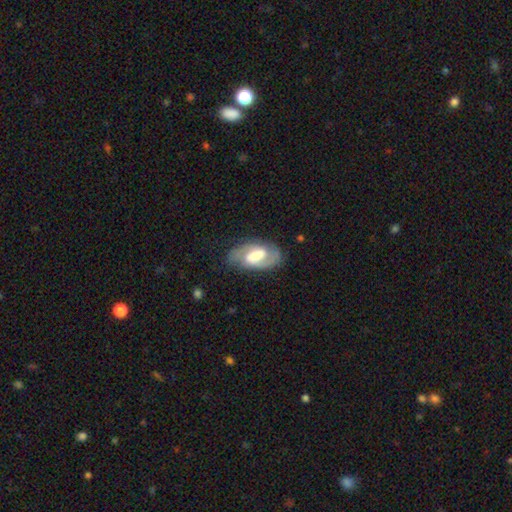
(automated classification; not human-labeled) Morphology: type=featured or disk (77%); edge-on=no (96%); bar=weak (48%); spiral arms=yes (90%); winding=medium (48%); arm count=2 (84%); bulge=moderate (40%); merging=none (73%).